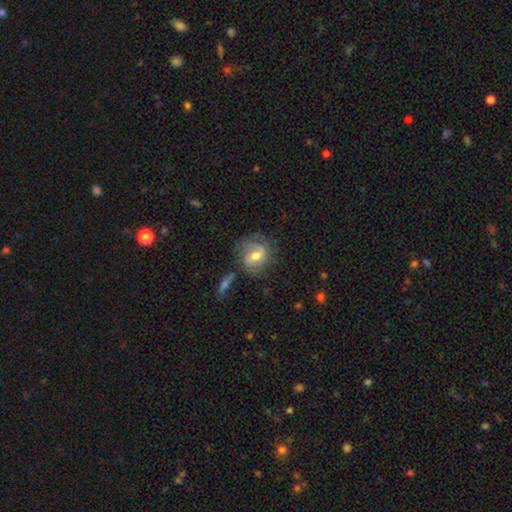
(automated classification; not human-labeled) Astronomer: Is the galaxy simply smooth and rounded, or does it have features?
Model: smooth — 46% (runner-up: featured or disk, 45%).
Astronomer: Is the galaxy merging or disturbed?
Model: none — 56%.